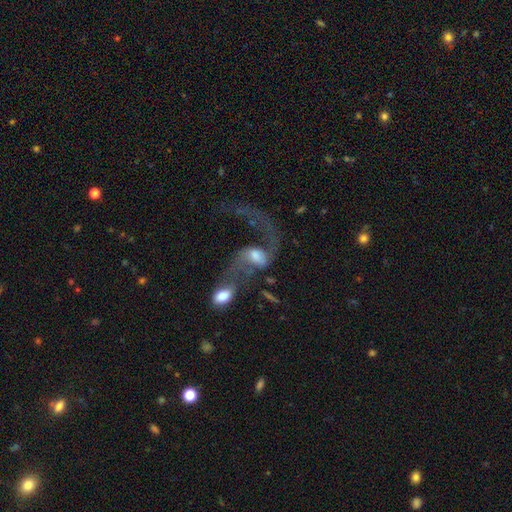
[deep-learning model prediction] Smooth or featured: featured or disk — 73% (smooth — 18%)
Edge-on disk: no — 95% (yes — 5%)
Bar: no — 43% (weak — 42%)
Spiral arms: yes — 86% (no — 14%)
Spiral winding: loose — 86% (medium — 11%)
Spiral arm count: 2 — 76% (1 — 16%)
Bulge size: moderate — 43% (large — 27%)
Merging: merger — 52% (major disturbance — 25%)